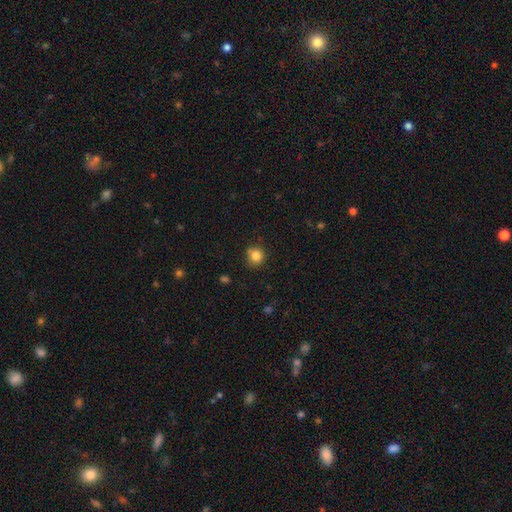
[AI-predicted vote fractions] smooth-or-featured: smooth: 84% | star or artifact: 11% | featured or disk: 5%
  how-rounded: round: 88% | in between: 11% | cigar-shaped: 1%
  merging: none: 76% | minor disturbance: 18% | major disturbance: 4% | merger: 2%